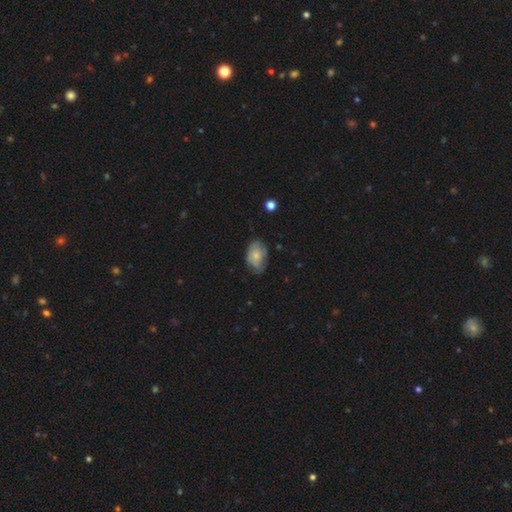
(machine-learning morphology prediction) Smooth or featured?
  - smooth: 63% *
  - featured or disk: 30%
  - star or artifact: 7%
How rounded?
  - in between: 85% *
  - round: 14%
  - cigar-shaped: 1%
Merging?
  - none: 55% *
  - minor disturbance: 34%
  - major disturbance: 10%
  - merger: 2%